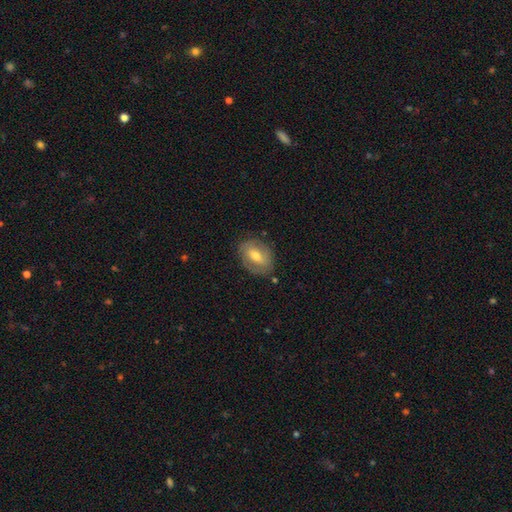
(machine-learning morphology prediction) A featured or disk galaxy (52%). Merging: none (76%).